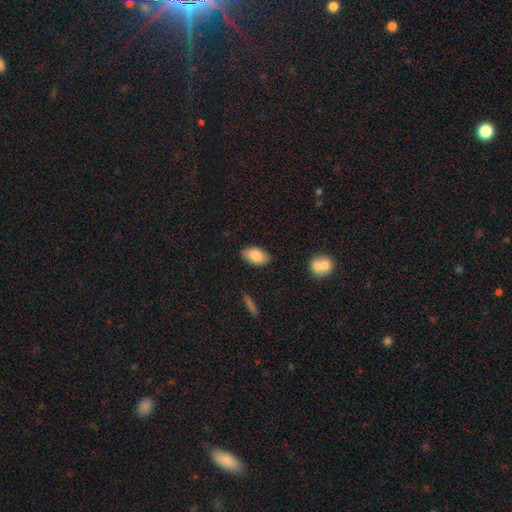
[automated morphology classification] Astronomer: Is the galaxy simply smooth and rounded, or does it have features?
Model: smooth — 85%.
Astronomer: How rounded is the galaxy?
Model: in between — 94%.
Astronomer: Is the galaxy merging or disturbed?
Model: none — 85%.